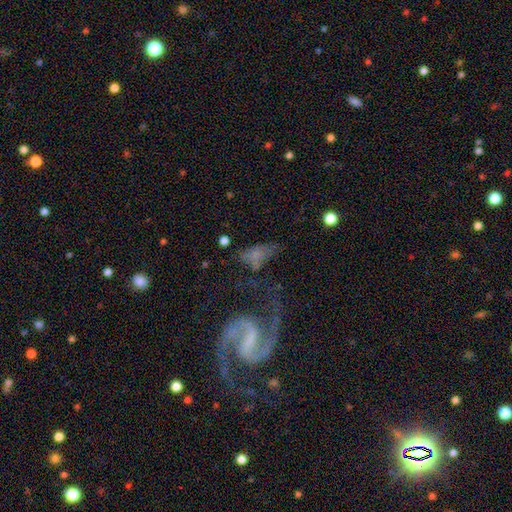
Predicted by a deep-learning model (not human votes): This appears to be a smooth galaxy with no disk features (45%). Merging: major disturbance (35%).